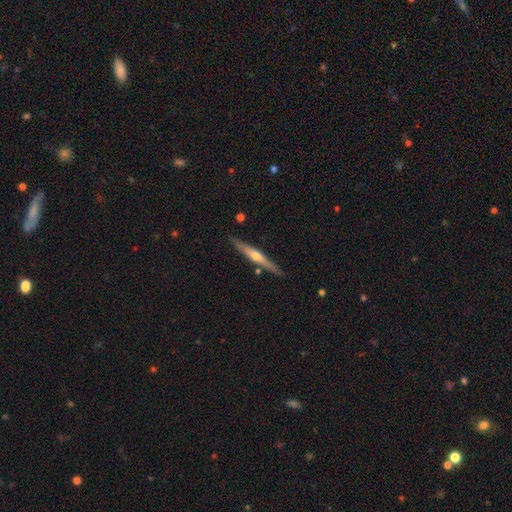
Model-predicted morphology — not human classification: Q: Smooth or featured?
A: featured or disk (69%); runner-up: smooth (26%)
Q: Edge-on disk?
A: yes (97%); runner-up: no (3%)
Q: Edge-on bulge?
A: rounded (88%); runner-up: none (8%)
Q: Merging?
A: none (87%); runner-up: minor disturbance (9%)